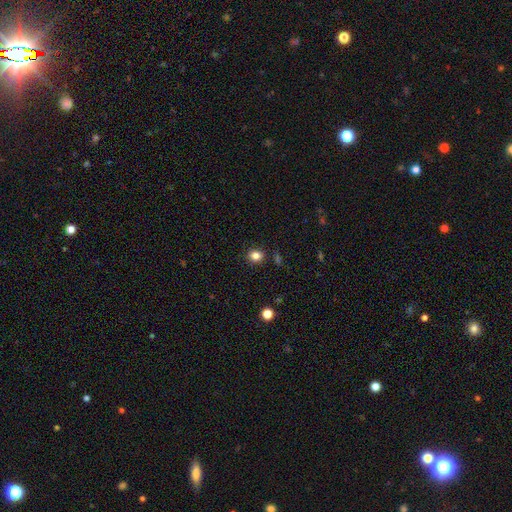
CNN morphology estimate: A smooth galaxy with no disk features (82%) that is round (68%).

Vote fractions:
- Smooth or featured? smooth: 82% / star or artifact: 12% / featured or disk: 5%
- How rounded? round: 68% / in between: 31% / cigar-shaped: 1%
- Merging? none: 88% / minor disturbance: 8% / major disturbance: 2% / merger: 2%